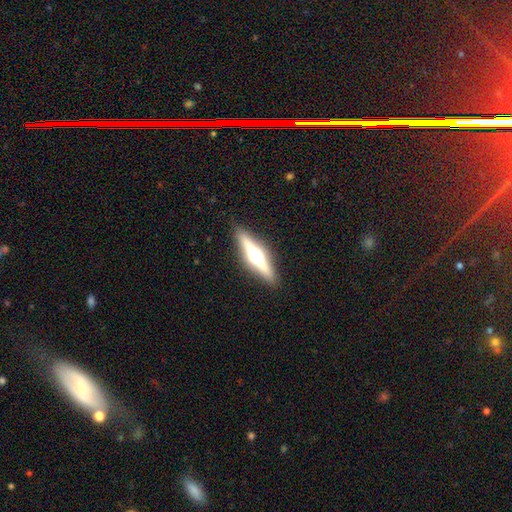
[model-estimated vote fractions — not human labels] A featured or disk galaxy (72%) viewed edge-on (97%) with a rounded central bulge (94%).

Vote fractions:
- Smooth or featured? featured or disk: 72% / smooth: 21% / star or artifact: 6%
- Edge-on disk? yes: 97% / no: 3%
- Edge-on bulge? rounded: 94% / boxy: 4% / none: 2%
- Merging? none: 89% / minor disturbance: 7% / major disturbance: 2% / merger: 1%